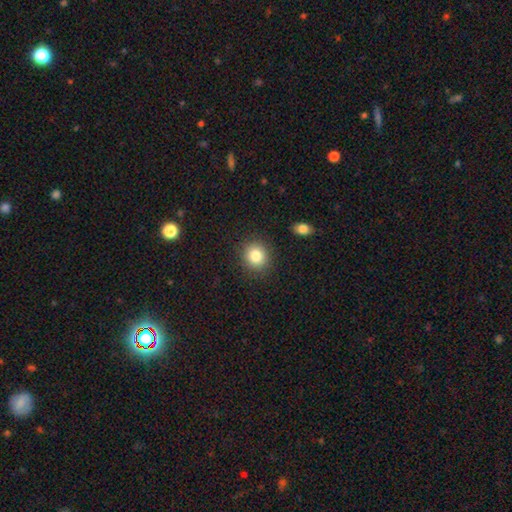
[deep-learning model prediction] Overall: smooth (83%). How rounded: round (80%). Merging: none (88%).